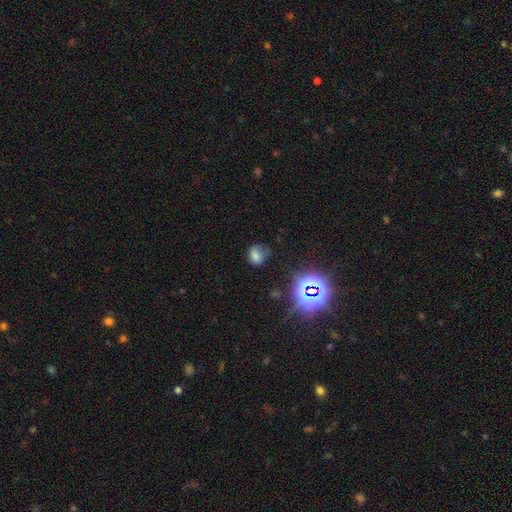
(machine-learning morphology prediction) Q: Smooth or featured?
A: smooth (65%); runner-up: star or artifact (21%)
Q: How rounded?
A: in between (51%); runner-up: round (48%)
Q: Merging?
A: none (47%); runner-up: minor disturbance (30%)